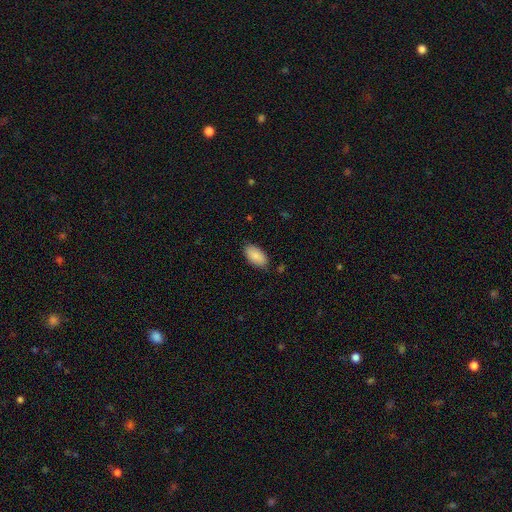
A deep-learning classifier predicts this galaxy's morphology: This appears to be a smooth galaxy with no disk features (86%) that is in between round and cigar-shaped (95%). Merging: none (82%).